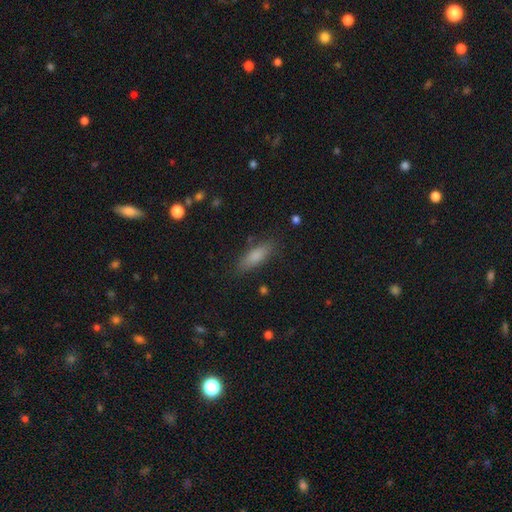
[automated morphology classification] Q: Smooth or featured?
A: smooth (82%); runner-up: featured or disk (10%)
Q: How rounded?
A: in between (58%); runner-up: cigar-shaped (40%)
Q: Merging?
A: none (82%); runner-up: minor disturbance (12%)